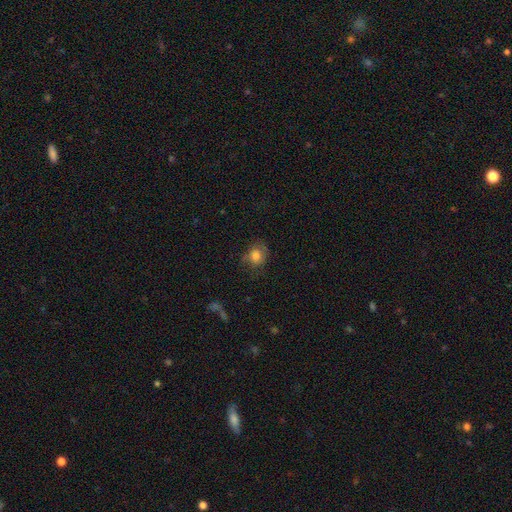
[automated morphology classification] Overall: smooth (75%). How rounded: round (66%; in between 33%). Merging: none (62%; minor disturbance 24%).